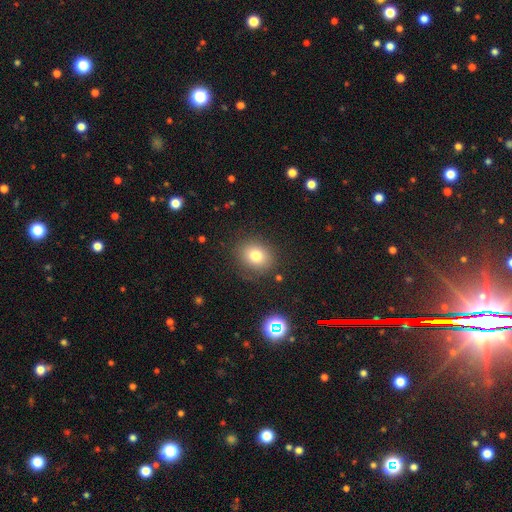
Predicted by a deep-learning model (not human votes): Morphology: type=smooth (77%); roundness=round (66%); merging=none (83%).